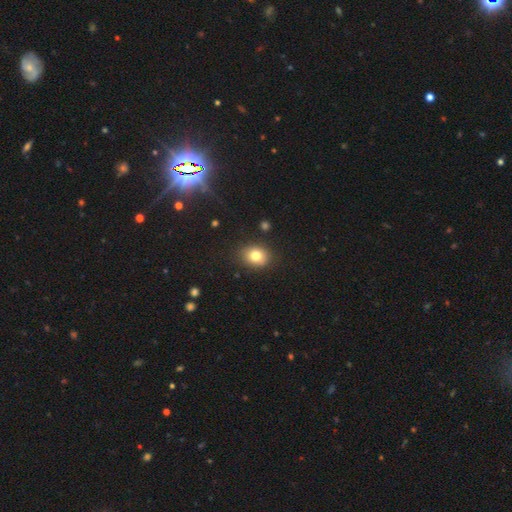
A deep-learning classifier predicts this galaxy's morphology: smooth 79%, star or artifact 12%, featured or disk 9%. Down the decision tree: how rounded — round (55%); merging — none (84%).